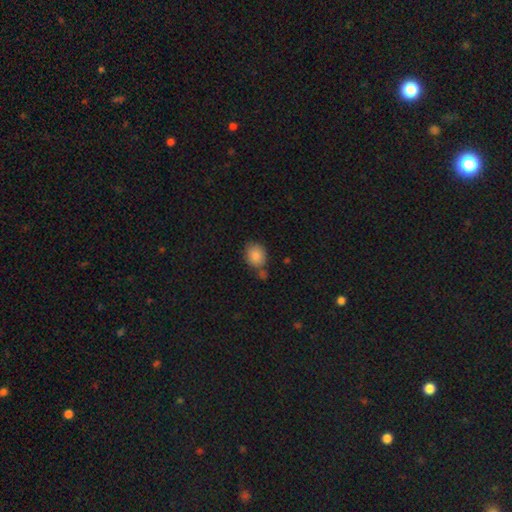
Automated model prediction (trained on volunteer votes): This is clearly a smooth galaxy (86%). How rounded: likely round (63%). Merging: likely none (64%).